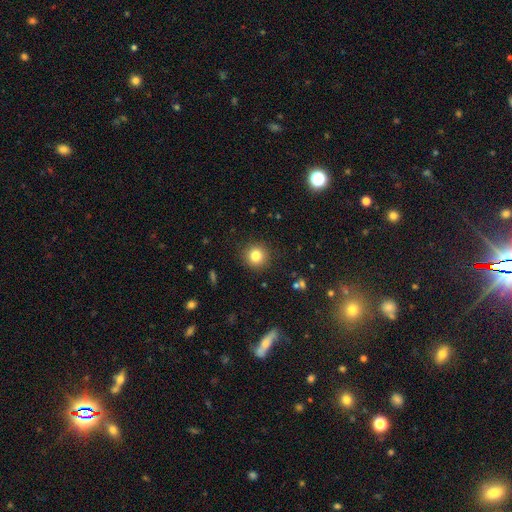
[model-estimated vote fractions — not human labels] This appears to be a smooth galaxy with no disk features (81%) that is round (94%). Merging: none (91%).